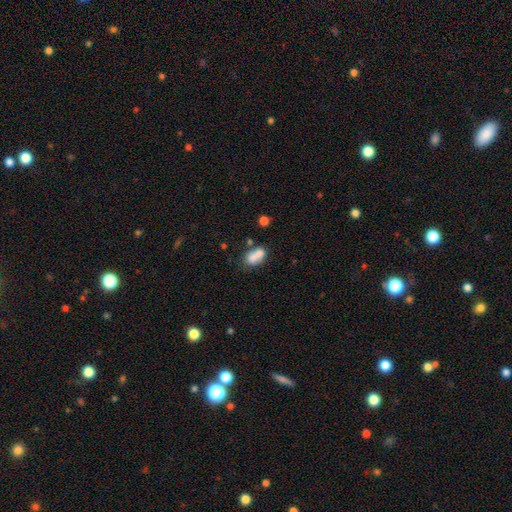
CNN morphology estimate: This is likely a smooth galaxy (70%). How rounded: likely in between (68%). Merging: possibly merger (55%).